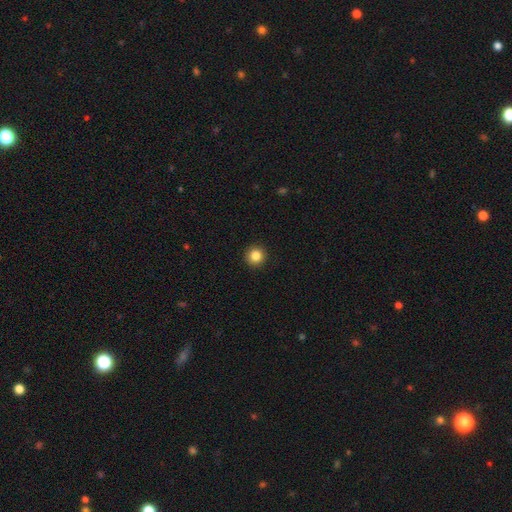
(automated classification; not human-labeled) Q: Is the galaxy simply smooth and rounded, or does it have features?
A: smooth — 84%.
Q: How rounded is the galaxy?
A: round — 95%.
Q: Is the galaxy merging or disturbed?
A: none — 93%.